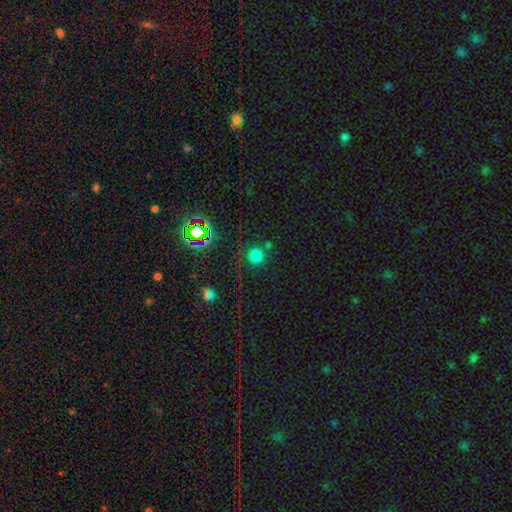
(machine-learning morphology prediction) smooth_or_featured: smooth (p=0.68) [alt: star or artifact p=0.25]
how_rounded: round (p=0.93) [alt: in between p=0.06]
merging: none (p=0.75) [alt: minor disturbance p=0.11]